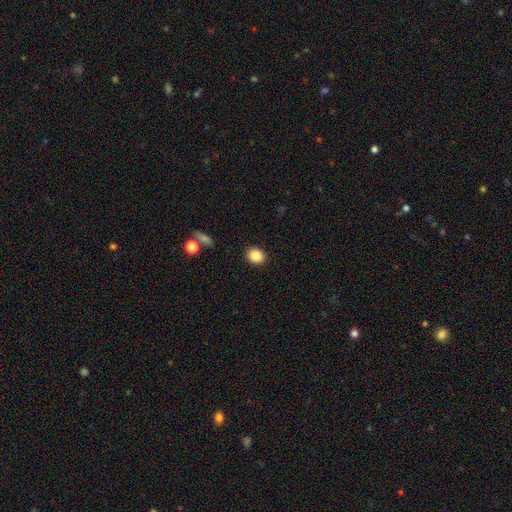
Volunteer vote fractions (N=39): Smooth or featured? 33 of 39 (85%) said smooth. How rounded? 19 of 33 (58%) said round. Merging? 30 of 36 (83%) said none.